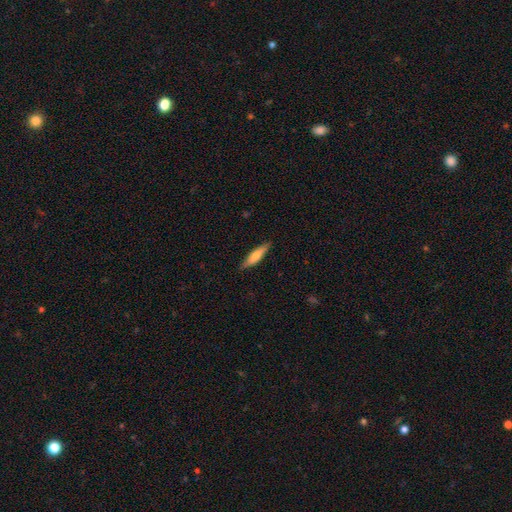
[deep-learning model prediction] Smooth or featured: smooth — 62% (featured or disk — 32%)
How rounded: cigar-shaped — 77% (in between — 21%)
Merging: none — 87% (minor disturbance — 10%)